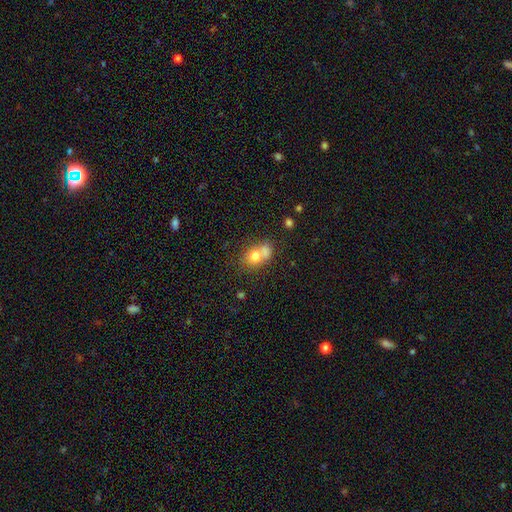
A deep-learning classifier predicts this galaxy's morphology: Smooth or featured? smooth (73%)
How rounded? round (54%)
Merging? merger (51%)